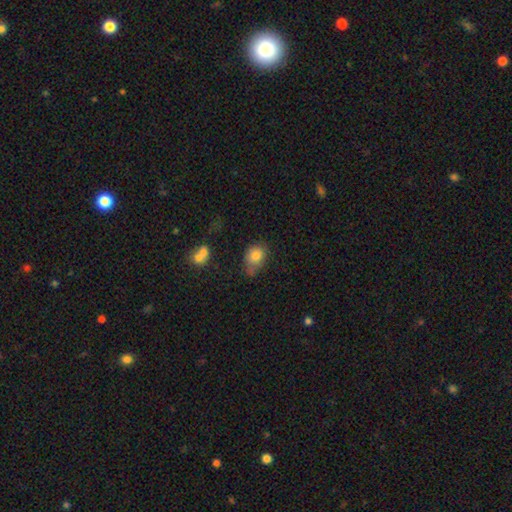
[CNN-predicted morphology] Smooth or featured? Predicted: smooth (p=0.79). How rounded? Predicted: in between (p=0.55). Merging? Predicted: none (p=0.45).